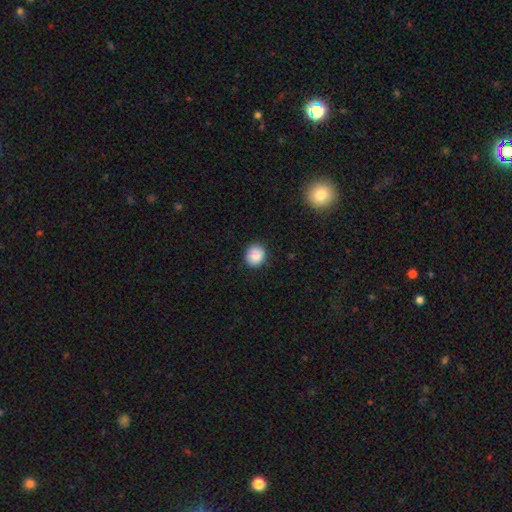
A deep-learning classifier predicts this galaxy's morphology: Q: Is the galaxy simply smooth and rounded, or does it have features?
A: smooth — 87%.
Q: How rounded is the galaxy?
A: round — 81%.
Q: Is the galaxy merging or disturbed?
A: none — 89%.